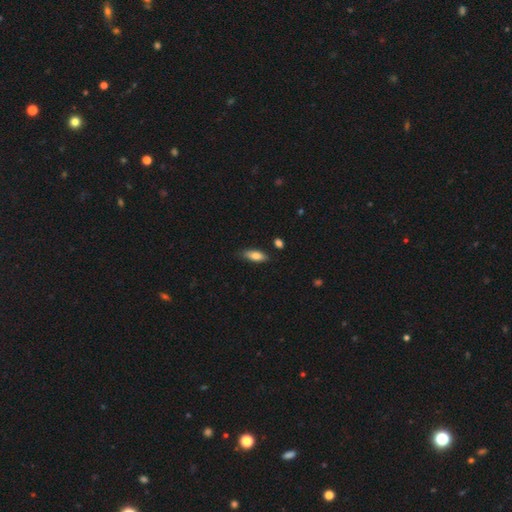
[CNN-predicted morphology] Smooth or featured? smooth (79%)
How rounded? in between (74%)
Merging? none (80%)